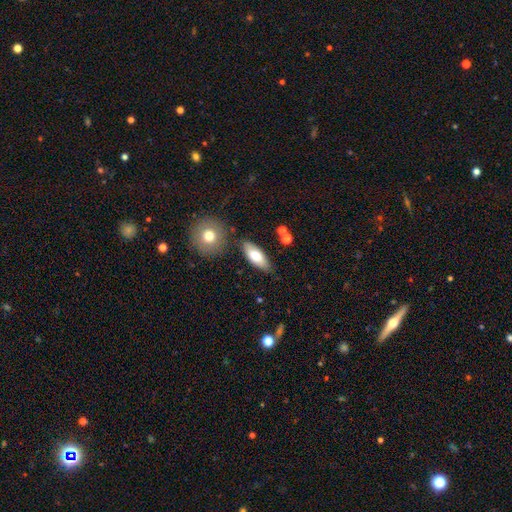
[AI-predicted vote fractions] This appears to be a smooth galaxy with no disk features (71%) that is in between round and cigar-shaped (81%). Merging: none (78%).